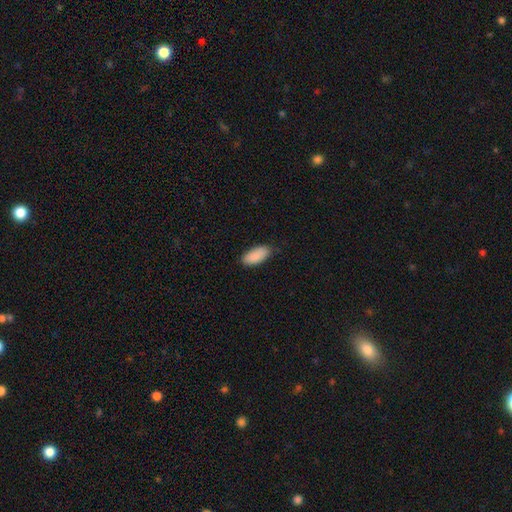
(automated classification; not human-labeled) Overall: smooth (90%). How rounded: in between (90%). Merging: none (81%).